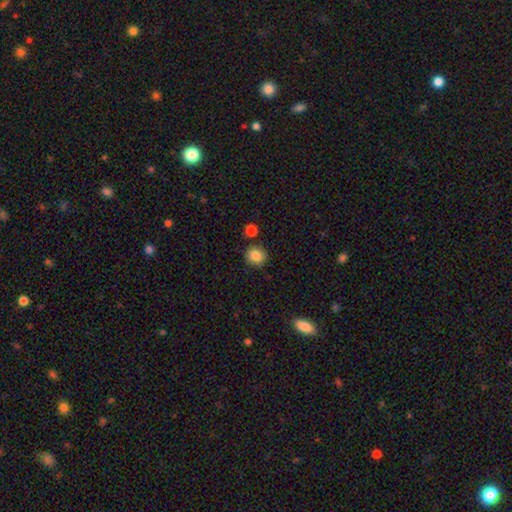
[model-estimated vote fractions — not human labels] Morphology: type=smooth (86%); roundness=round (86%); merging=none (85%).